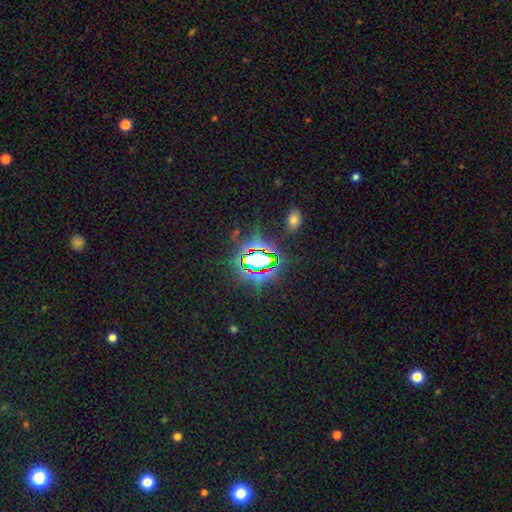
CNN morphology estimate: Smooth or featured? star or artifact (82%)